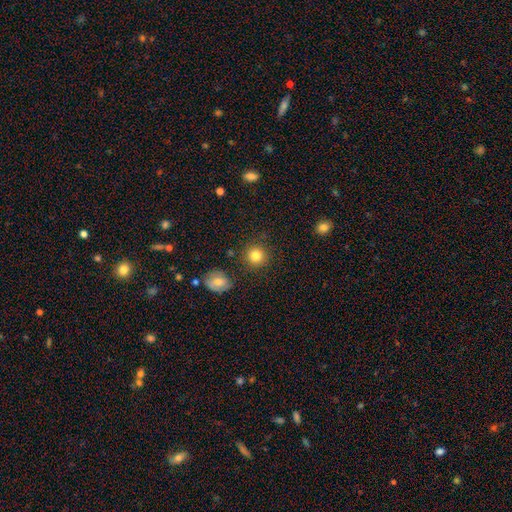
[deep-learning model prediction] smooth_or_featured: smooth (p=0.83) [alt: star or artifact p=0.11]
how_rounded: round (p=0.92) [alt: in between p=0.07]
merging: none (p=0.87) [alt: minor disturbance p=0.07]